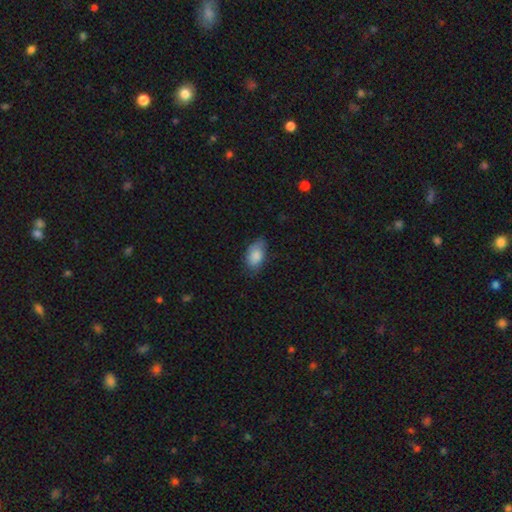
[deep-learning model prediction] This is clearly a smooth galaxy (83%). How rounded: clearly in between (92%). Merging: likely none (64%).